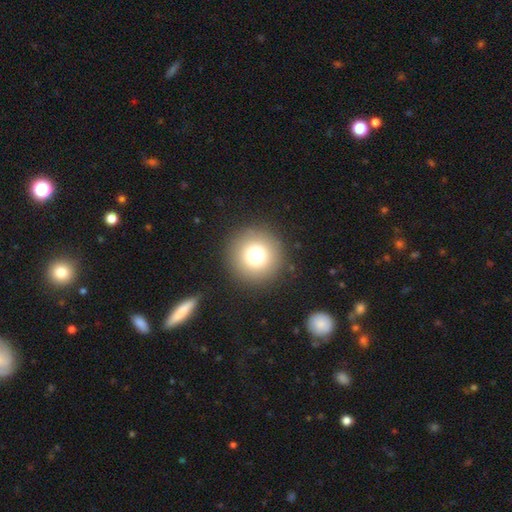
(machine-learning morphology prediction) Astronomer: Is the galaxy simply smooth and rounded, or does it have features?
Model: smooth — 78%.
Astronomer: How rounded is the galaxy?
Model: round — 96%.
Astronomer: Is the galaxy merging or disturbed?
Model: none — 91%.